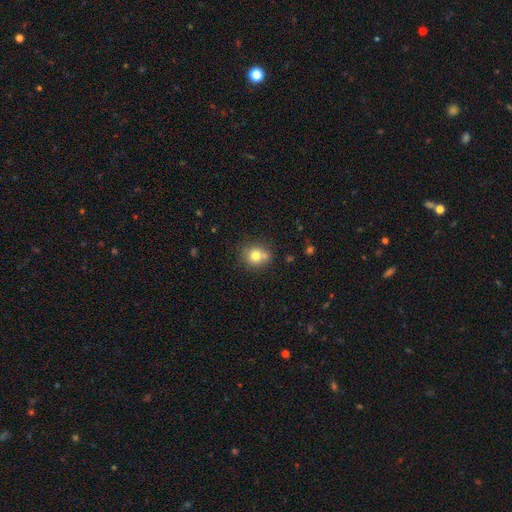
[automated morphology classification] Smooth or featured?
  - smooth: 75% *
  - featured or disk: 13%
  - star or artifact: 12%
How rounded?
  - round: 79% *
  - in between: 20%
  - cigar-shaped: 1%
Merging?
  - none: 61% *
  - merger: 21%
  - minor disturbance: 14%
  - major disturbance: 4%